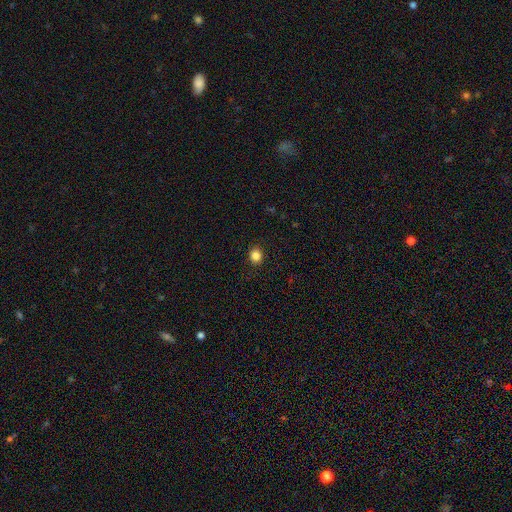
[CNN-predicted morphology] Overall: smooth (85%). How rounded: round (71%). Merging: none (90%).